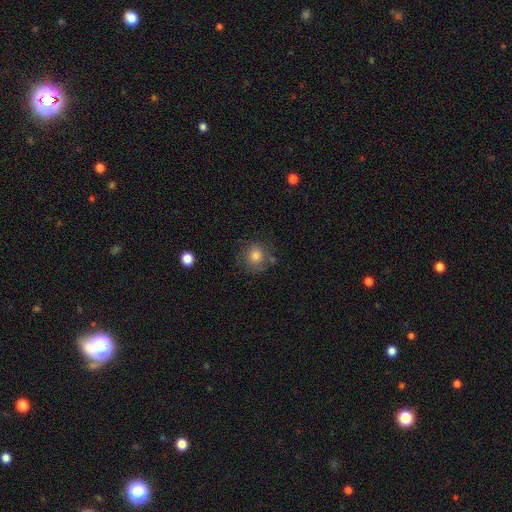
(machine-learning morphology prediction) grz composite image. It shows a smooth galaxy with no disk features (81%) that is round (87%). Merging: none (75%).